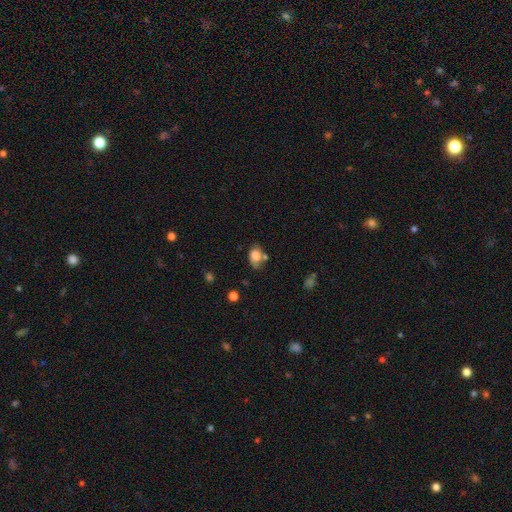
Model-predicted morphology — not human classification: Smooth or featured?
  - smooth: 74% *
  - featured or disk: 15%
  - star or artifact: 11%
How rounded?
  - in between: 76% *
  - round: 22%
  - cigar-shaped: 2%
Merging?
  - none: 46% *
  - minor disturbance: 26%
  - merger: 18%
  - major disturbance: 10%